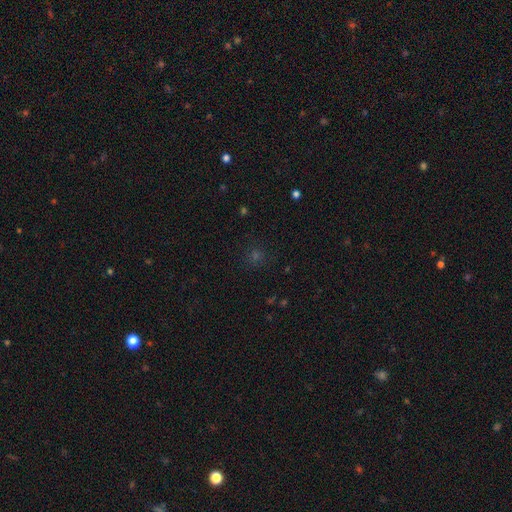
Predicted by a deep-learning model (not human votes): The model was most divided on "smooth or featured": smooth: 47%, star or artifact: 45%, featured or disk: 8%. More confident: merging — none (86%).